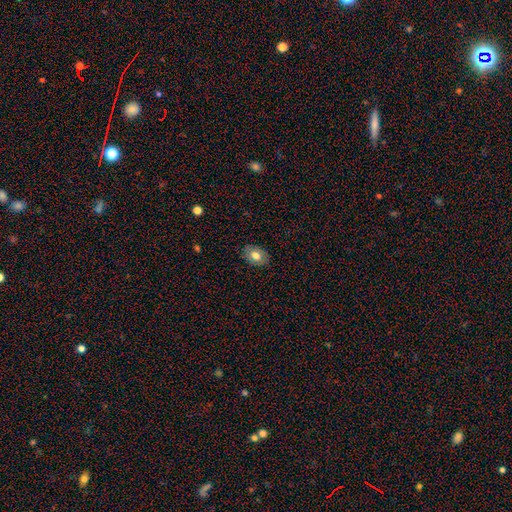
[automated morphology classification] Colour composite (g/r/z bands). It shows a smooth galaxy with no disk features (75%) that is in between round and cigar-shaped (76%). Merging: none (86%).